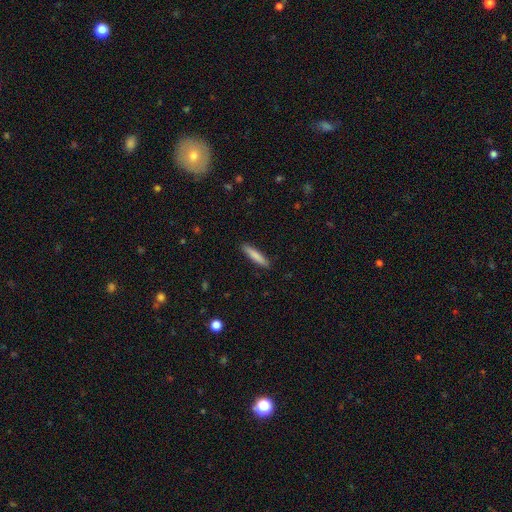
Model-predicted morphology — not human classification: Smooth or featured: smooth — 82% (featured or disk — 13%)
How rounded: cigar-shaped — 89% (in between — 10%)
Merging: none — 90% (minor disturbance — 7%)